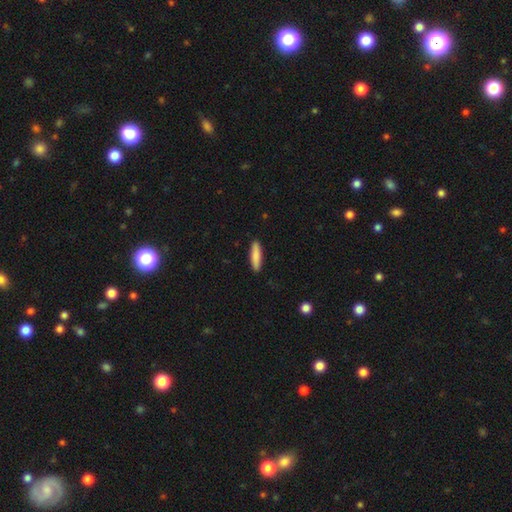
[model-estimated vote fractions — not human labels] This appears to be a smooth galaxy with no disk features (85%) that is cigar-shaped (79%). Merging: none (91%).